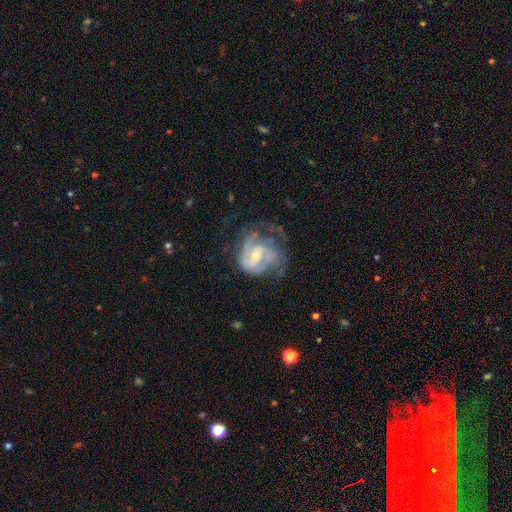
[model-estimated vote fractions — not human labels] Morphology: type=featured or disk (83%); edge-on=no (98%); bar=no (44%, tied with weak); spiral arms=yes (92%); winding=tight (42%, tied with medium); arm count=2 (41%); bulge=moderate (50%); merging=none (45%).